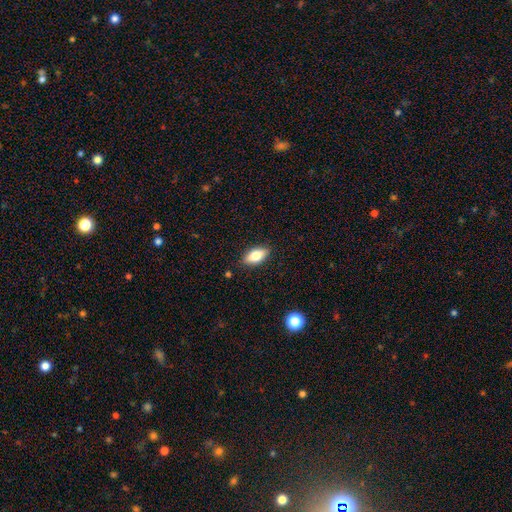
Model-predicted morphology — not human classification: This appears to be a smooth galaxy with no disk features (78%) that is in between round and cigar-shaped (88%). Merging: none (88%).